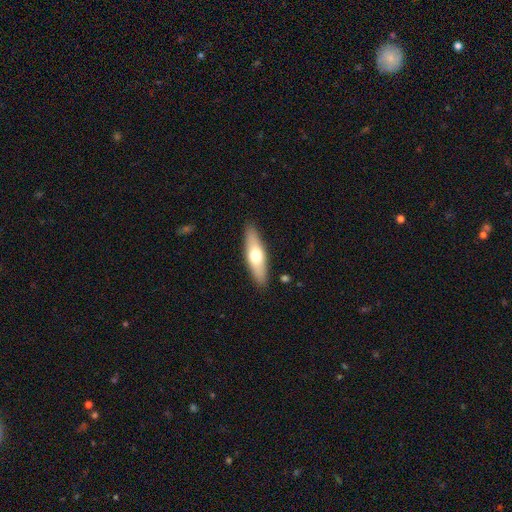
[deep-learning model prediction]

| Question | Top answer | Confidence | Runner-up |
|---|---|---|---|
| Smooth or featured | smooth | 56% | featured or disk (39%) |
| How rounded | cigar-shaped | 55% | in between (42%) |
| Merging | none | 88% | minor disturbance (9%) |